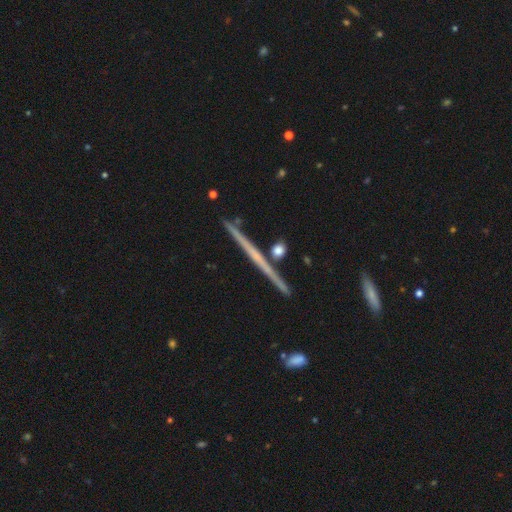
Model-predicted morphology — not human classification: Smooth or featured: featured or disk — 75% (smooth — 19%)
Edge-on disk: yes — 98% (no — 2%)
Edge-on bulge: none — 64% (rounded — 29%)
Merging: none — 89% (minor disturbance — 7%)